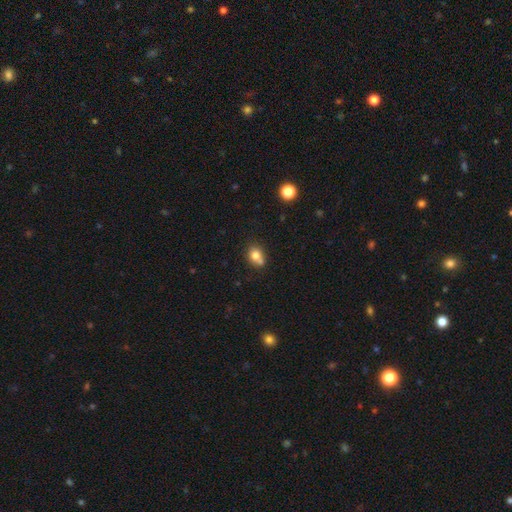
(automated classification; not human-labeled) Q: Smooth or featured?
A: smooth (76%); runner-up: featured or disk (13%)
Q: How rounded?
A: round (59%); runner-up: in between (39%)
Q: Merging?
A: none (49%); runner-up: merger (32%)